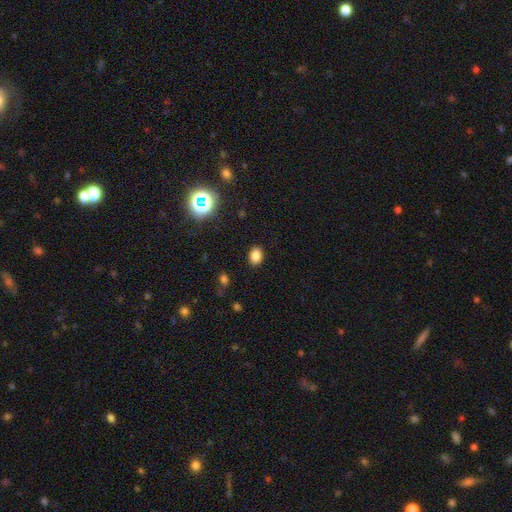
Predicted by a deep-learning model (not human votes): smooth 82%, star or artifact 12%, featured or disk 5%. Down the decision tree: how rounded — in between (66%); merging — none (89%).